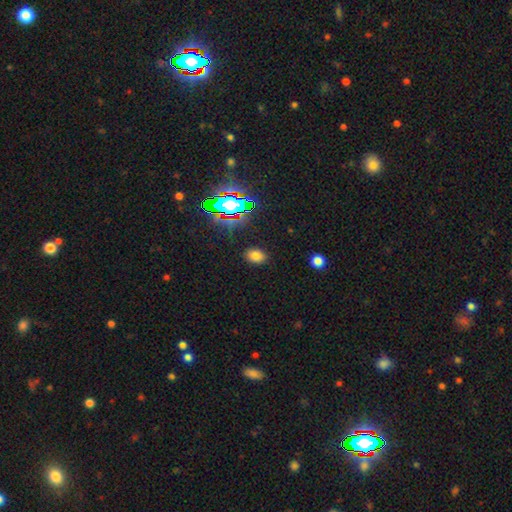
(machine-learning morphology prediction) A smooth galaxy with no disk features (73%) that is in between round and cigar-shaped (72%). Merging: none (86%).